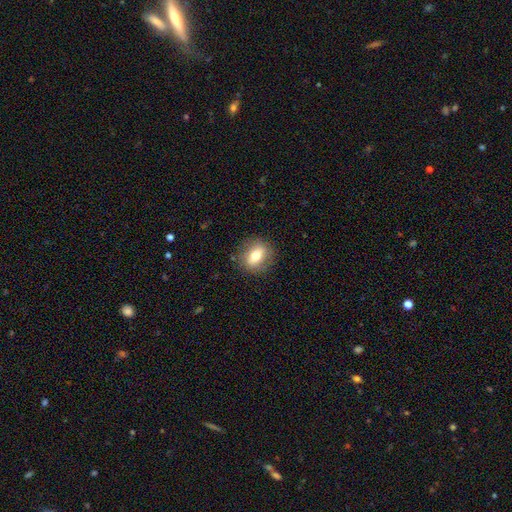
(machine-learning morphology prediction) A smooth galaxy with no disk features (67%) that is in between round and cigar-shaped (51%). Merging: none (85%).